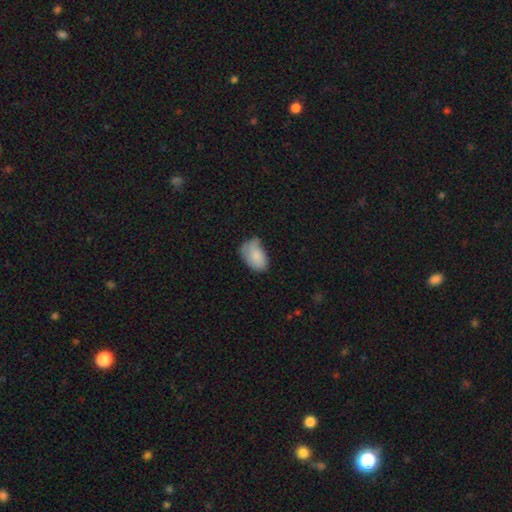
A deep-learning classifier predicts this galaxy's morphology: smooth-or-featured: smooth: 79% | featured or disk: 14% | star or artifact: 7%
  how-rounded: in between: 90% | round: 9% | cigar-shaped: 1%
  merging: minor disturbance: 42% | none: 40% | major disturbance: 15% | merger: 4%